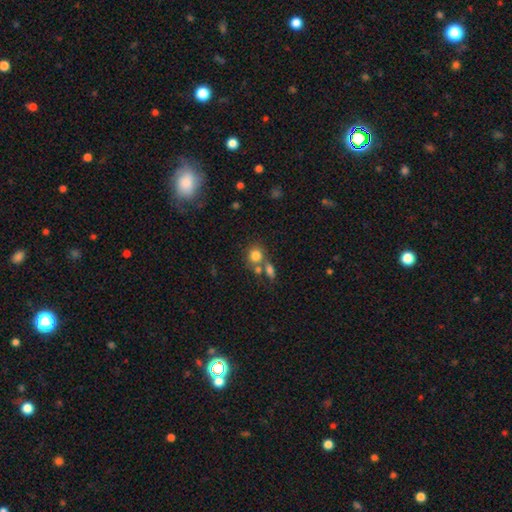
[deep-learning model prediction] This is clearly a smooth galaxy (80%). How rounded: likely round (77%). Merging: possibly none (52%).